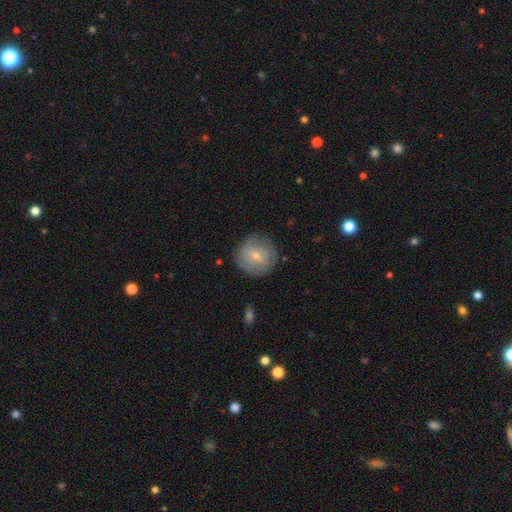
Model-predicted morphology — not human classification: Smooth or featured?
  - smooth: 53% *
  - featured or disk: 40%
  - star or artifact: 8%
How rounded?
  - round: 90% *
  - in between: 9%
  - cigar-shaped: 1%
Merging?
  - none: 79% *
  - minor disturbance: 14%
  - major disturbance: 5%
  - merger: 1%